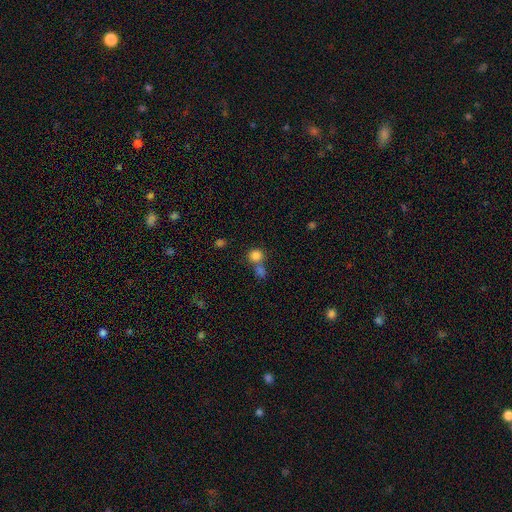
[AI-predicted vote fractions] Smooth or featured?
  - smooth: 82% *
  - star or artifact: 12%
  - featured or disk: 6%
How rounded?
  - round: 85% *
  - in between: 14%
  - cigar-shaped: 1%
Merging?
  - none: 51% *
  - merger: 37%
  - minor disturbance: 8%
  - major disturbance: 4%